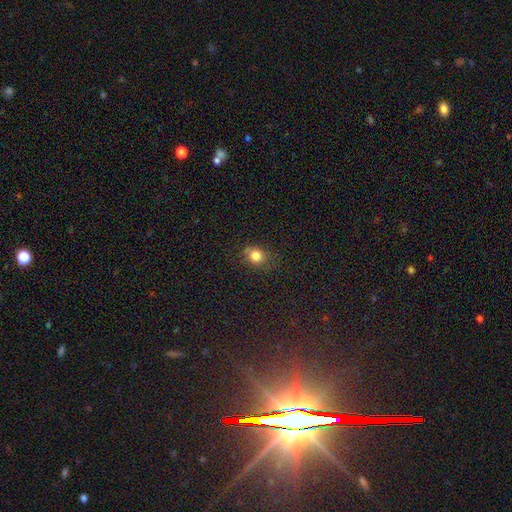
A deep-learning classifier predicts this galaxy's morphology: This is likely a smooth galaxy (80%). How rounded: possibly round (59%). Merging: likely none (74%).